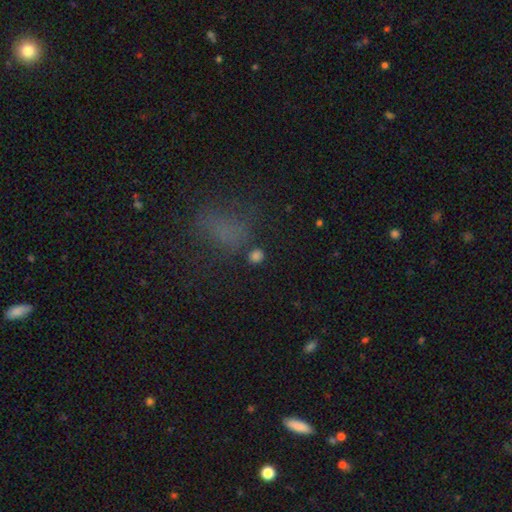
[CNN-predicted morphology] smooth-or-featured: smooth: 79% | star or artifact: 16% | featured or disk: 5%
  how-rounded: round: 84% | in between: 15% | cigar-shaped: 1%
  merging: none: 84% | minor disturbance: 8% | merger: 5% | major disturbance: 4%